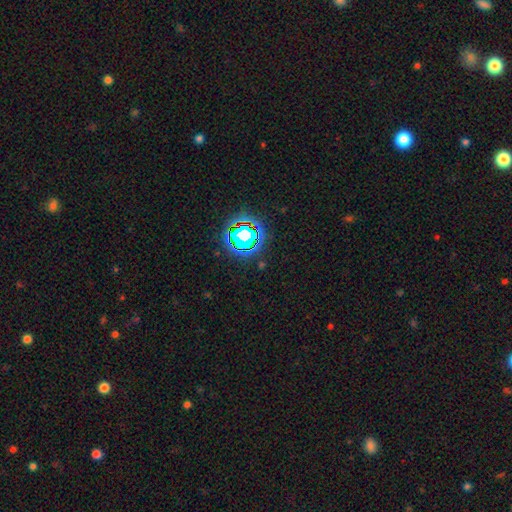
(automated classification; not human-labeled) Overall: star or artifact (80%).